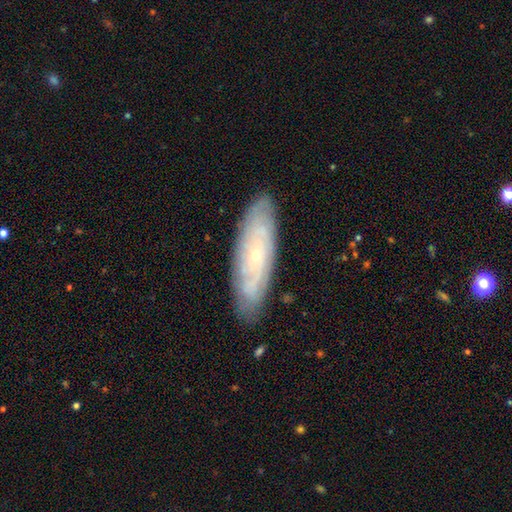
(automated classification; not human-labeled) Smooth or featured?
  - featured or disk: 70% *
  - smooth: 22%
  - star or artifact: 7%
Edge-on disk?
  - no: 80% *
  - yes: 20%
Bar?
  - no: 80% *
  - weak: 16%
  - strong: 4%
Spiral arms?
  - yes: 85% *
  - no: 15%
Bulge size?
  - small: 83% *
  - moderate: 14%
  - none: 2%
  - large: 1%
  - dominant: 1%
Merging?
  - none: 85% *
  - minor disturbance: 12%
  - major disturbance: 2%
  - merger: 1%